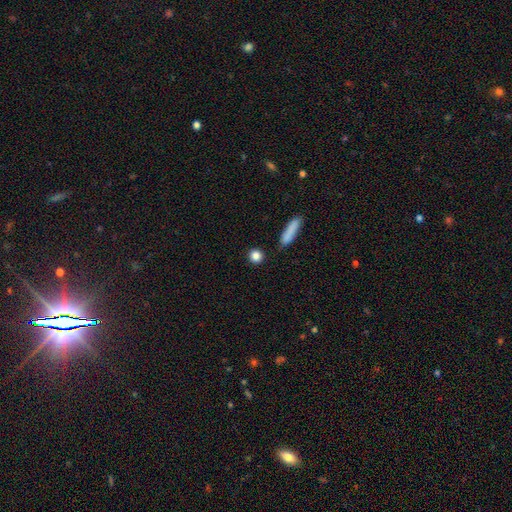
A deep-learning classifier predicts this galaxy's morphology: smooth_or_featured: smooth (p=0.85) [alt: star or artifact p=0.10]
how_rounded: round (p=0.85) [alt: in between p=0.11]
merging: none (p=0.87) [alt: minor disturbance p=0.07]